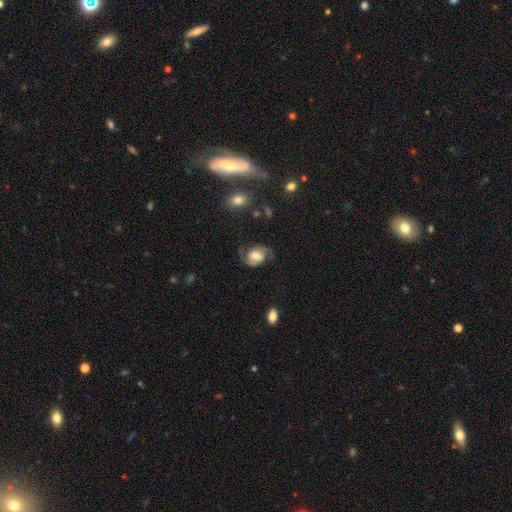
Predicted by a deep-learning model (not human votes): A featured or disk galaxy (58%) with no bar (43%), spiral arms (85%) and a moderate central bulge (55%).

Vote fractions:
- Smooth or featured? featured or disk: 58% / smooth: 34% / star or artifact: 8%
- Edge-on disk? no: 97% / yes: 3%
- Bar? no: 43% / weak: 41% / strong: 16%
- Spiral arms? yes: 85% / no: 15%
- Bulge size? moderate: 55% / large: 22% / small: 16% / none: 3% / dominant: 3%
- Merging? none: 62% / minor disturbance: 23% / major disturbance: 14% / merger: 2%